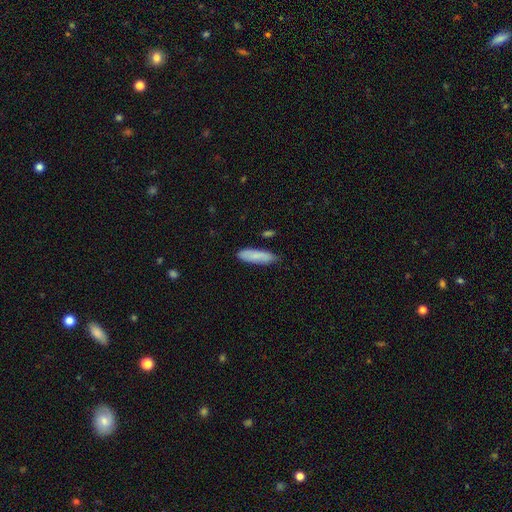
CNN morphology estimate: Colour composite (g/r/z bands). It shows a smooth galaxy with no disk features (84%) that is cigar-shaped (56%). Merging: none (78%).